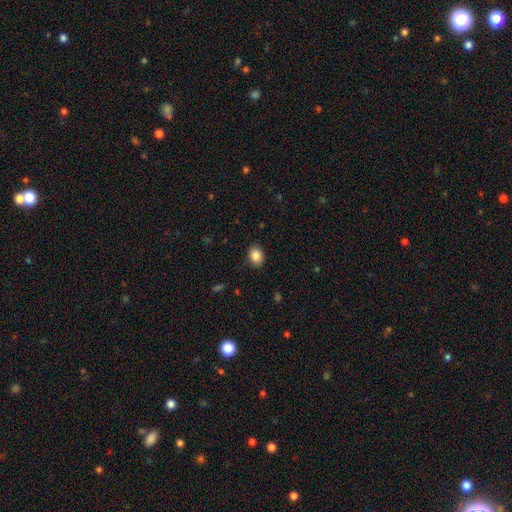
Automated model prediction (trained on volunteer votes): smooth 87%, star or artifact 9%, featured or disk 4%. Down the decision tree: how rounded — in between (61%); merging — none (88%).